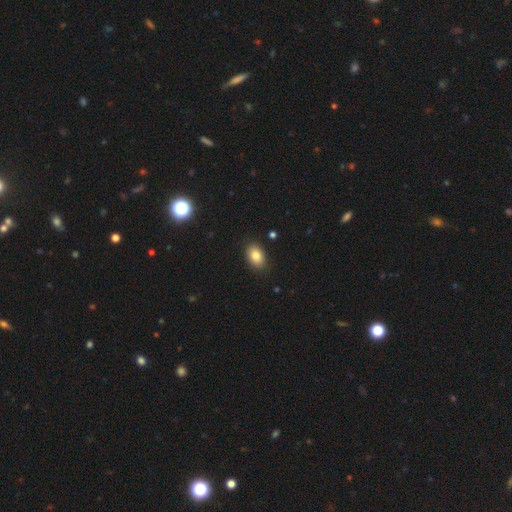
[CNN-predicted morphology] Overall: smooth (82%). How rounded: in between (87%). Merging: none (86%).